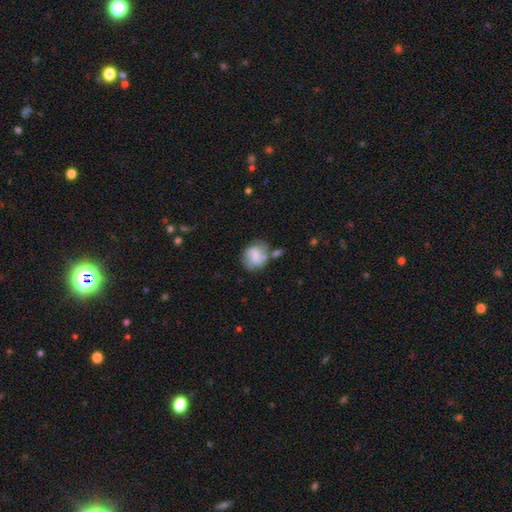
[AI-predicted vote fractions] Morphology: type=smooth (64%); roundness=round (61%); merging=none (51%).